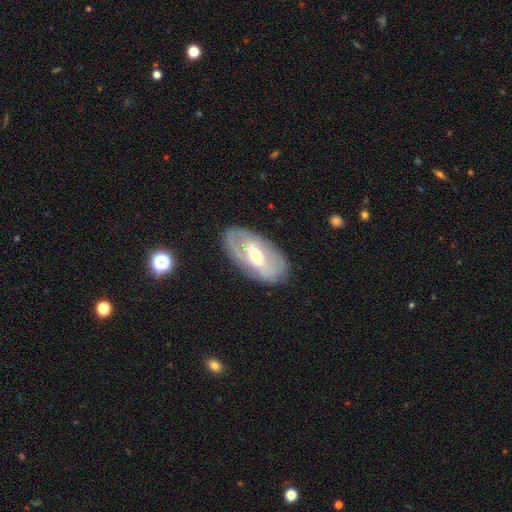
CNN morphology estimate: Smooth or featured?
  - featured or disk: 71% *
  - smooth: 23%
  - star or artifact: 6%
Edge-on disk?
  - no: 90% *
  - yes: 10%
Bar?
  - weak: 43% *
  - strong: 32%
  - no: 26%
Spiral arms?
  - yes: 63% *
  - no: 37%
Bulge size?
  - moderate: 59% *
  - small: 35%
  - large: 4%
  - none: 1%
  - dominant: 1%
Merging?
  - none: 79% *
  - minor disturbance: 14%
  - major disturbance: 5%
  - merger: 2%